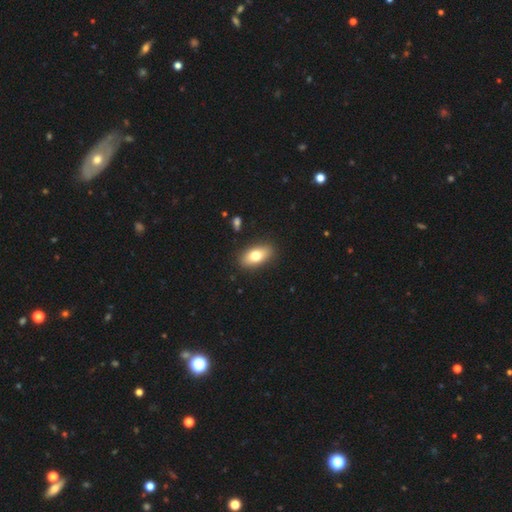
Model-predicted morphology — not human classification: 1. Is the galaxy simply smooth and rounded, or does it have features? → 76% smooth, 17% featured or disk, 7% star or artifact.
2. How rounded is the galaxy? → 87% in between, 7% cigar-shaped, 6% round.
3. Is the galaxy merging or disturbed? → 87% none, 9% minor disturbance, 2% major disturbance, 2% merger.